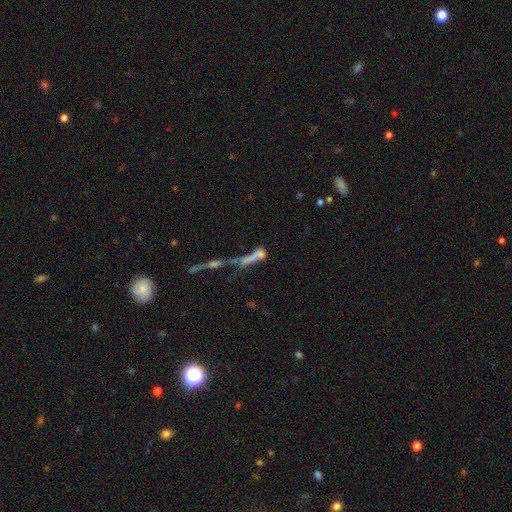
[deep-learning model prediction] The model was most divided on "smooth or featured": smooth: 46%, featured or disk: 35%, star or artifact: 20%. More confident: merging — merger (61%).